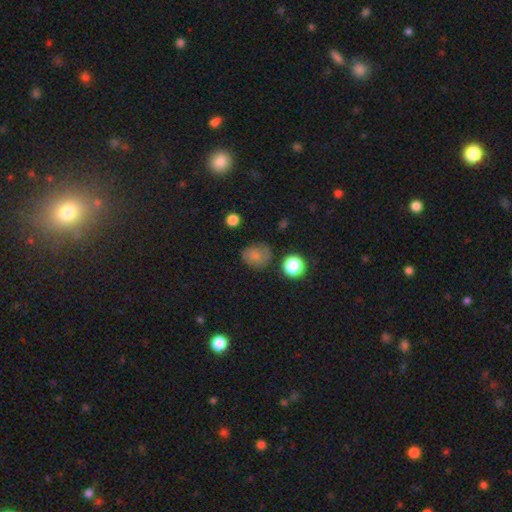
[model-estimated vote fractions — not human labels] smooth_or_featured: smooth (p=0.73) [alt: star or artifact p=0.15]
how_rounded: round (p=0.71) [alt: in between p=0.28]
merging: none (p=0.68) [alt: minor disturbance p=0.21]